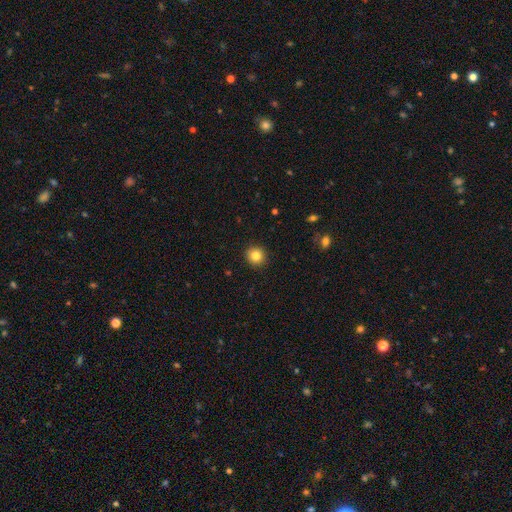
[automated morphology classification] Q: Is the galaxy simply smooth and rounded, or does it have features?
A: smooth — 83%.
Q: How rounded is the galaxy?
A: round — 92%.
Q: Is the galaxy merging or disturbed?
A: none — 92%.